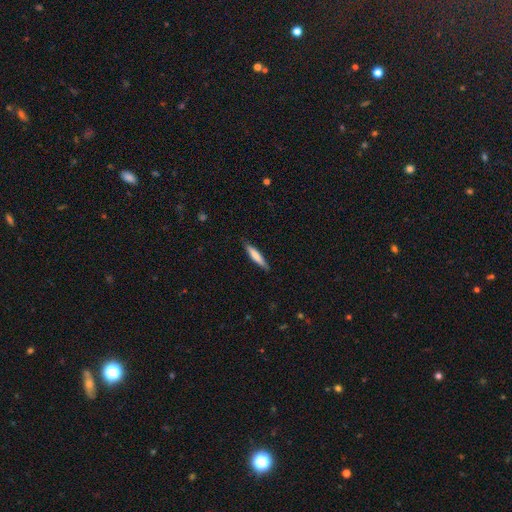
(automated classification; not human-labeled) Morphology: type=smooth (72%); roundness=cigar-shaped (91%); merging=none (87%).